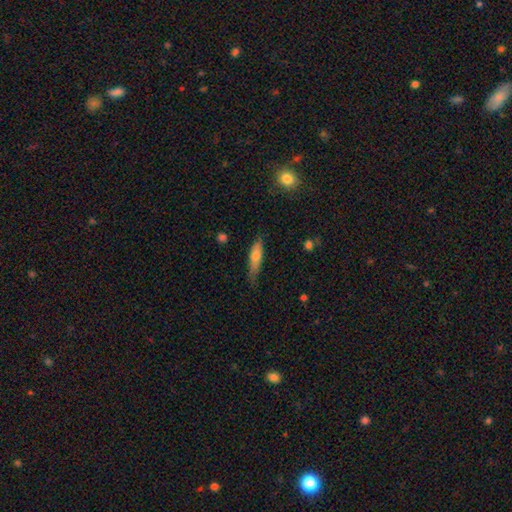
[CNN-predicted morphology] Smooth or featured?
  - smooth: 64% *
  - featured or disk: 30%
  - star or artifact: 6%
How rounded?
  - cigar-shaped: 68% *
  - in between: 30%
  - round: 2%
Merging?
  - none: 68% *
  - minor disturbance: 25%
  - major disturbance: 5%
  - merger: 2%